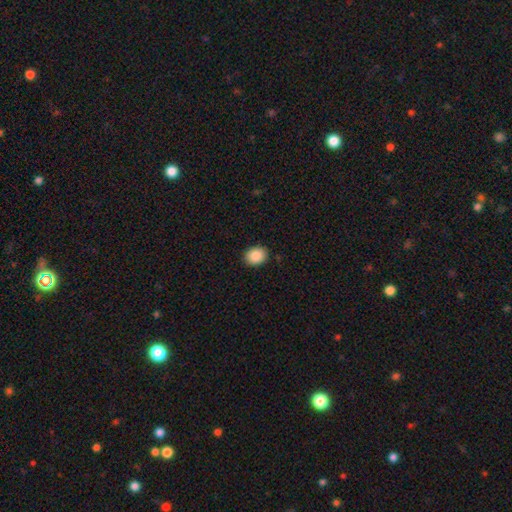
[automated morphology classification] The model was most divided on "how rounded": in between: 55%, round: 44%, cigar-shaped: 1%. More confident: merging — none (89%); smooth or featured — smooth (88%).